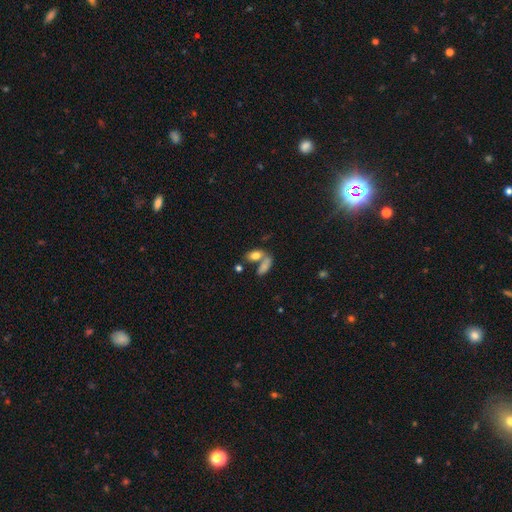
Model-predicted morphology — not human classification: type=smooth (76%); roundness=in between (86%); merging=merger (44%).